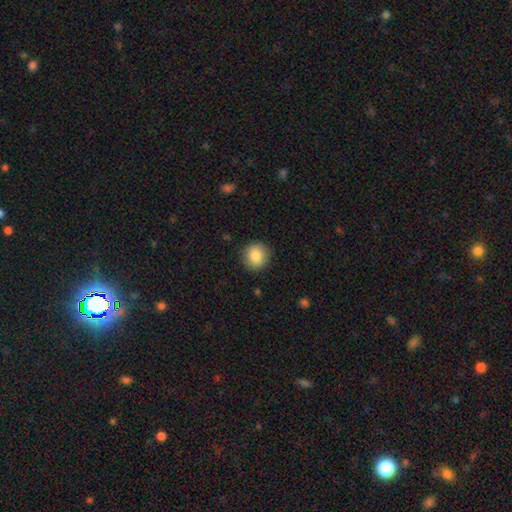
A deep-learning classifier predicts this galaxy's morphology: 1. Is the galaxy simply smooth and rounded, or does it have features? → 86% smooth, 8% star or artifact, 6% featured or disk.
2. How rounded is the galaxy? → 90% round, 9% in between, 1% cigar-shaped.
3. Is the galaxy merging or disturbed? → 89% none, 7% minor disturbance, 2% major disturbance, 1% merger.